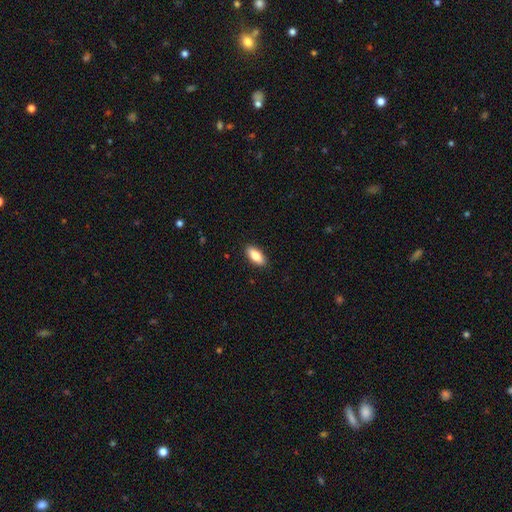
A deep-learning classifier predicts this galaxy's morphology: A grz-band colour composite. It shows a smooth galaxy with no disk features (82%) that is in between round and cigar-shaped (85%). Merging: none (90%).